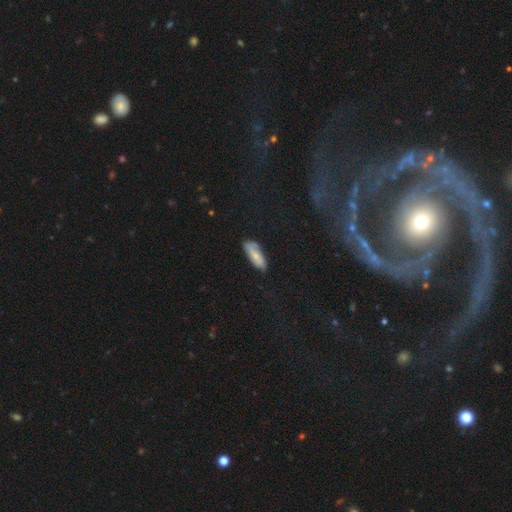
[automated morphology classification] smooth 64%, featured or disk 28%, star or artifact 8%. Down the decision tree: how rounded — in between (66%); merging — none (64%).